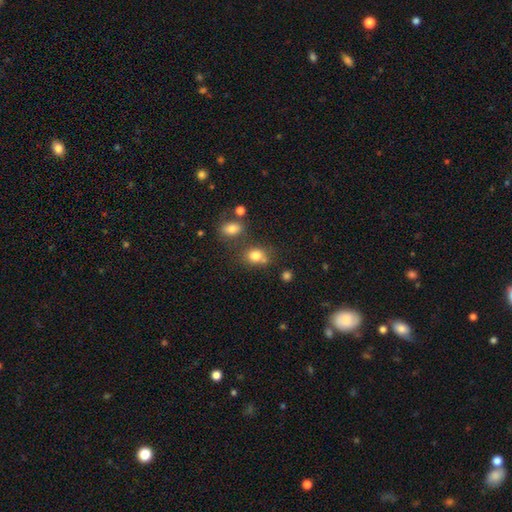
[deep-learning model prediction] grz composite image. It shows a smooth galaxy with no disk features (79%) that is round (54%). Merging: none (55%).